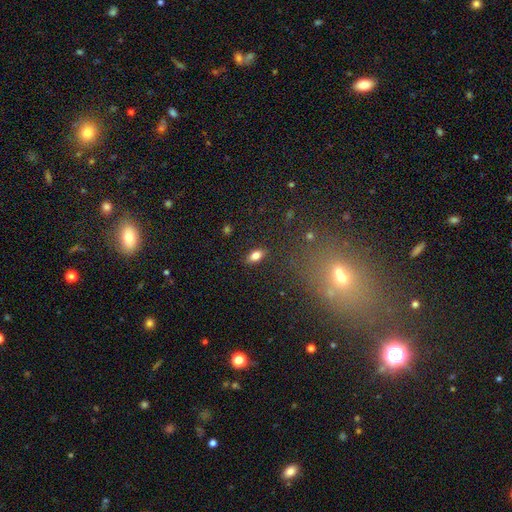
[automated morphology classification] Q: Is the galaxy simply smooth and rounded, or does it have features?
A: smooth — 77%.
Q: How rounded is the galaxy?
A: in between — 87%.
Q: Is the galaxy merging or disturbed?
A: none — 87%.